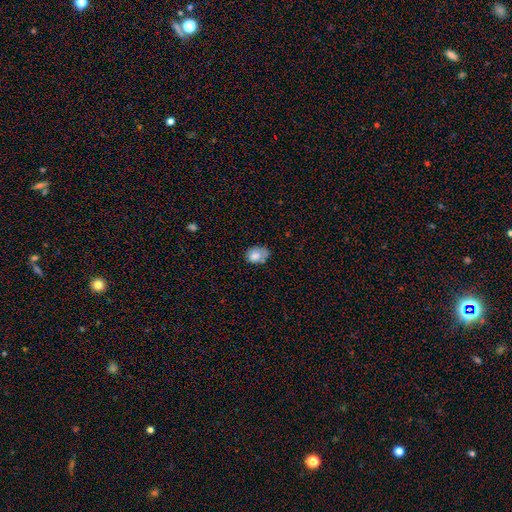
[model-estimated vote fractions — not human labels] Q: Smooth or featured?
A: smooth (77%); runner-up: featured or disk (14%)
Q: How rounded?
A: in between (66%); runner-up: round (33%)
Q: Merging?
A: none (46%); runner-up: minor disturbance (30%)